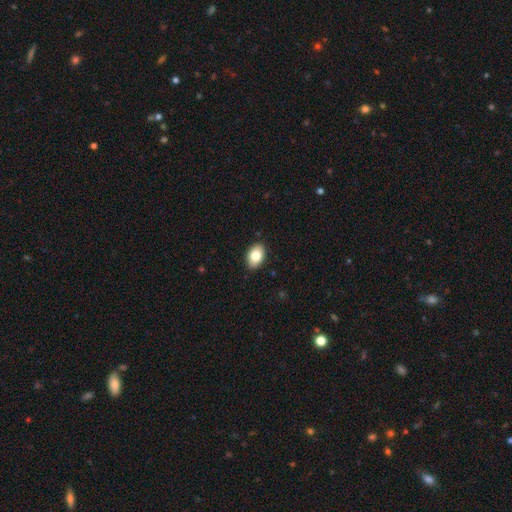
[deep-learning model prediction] The model was most divided on "smooth or featured": smooth: 80%, featured or disk: 12%, star or artifact: 8%. More confident: merging — none (88%); how rounded — in between (88%).